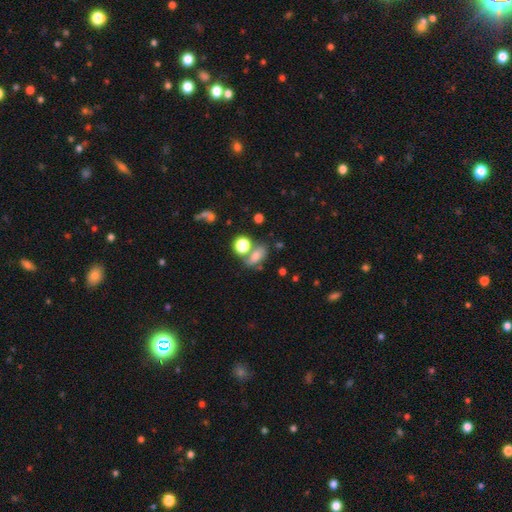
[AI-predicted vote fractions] This is likely a smooth galaxy (70%). How rounded: likely in between (74%). Merging: possibly none (49%).